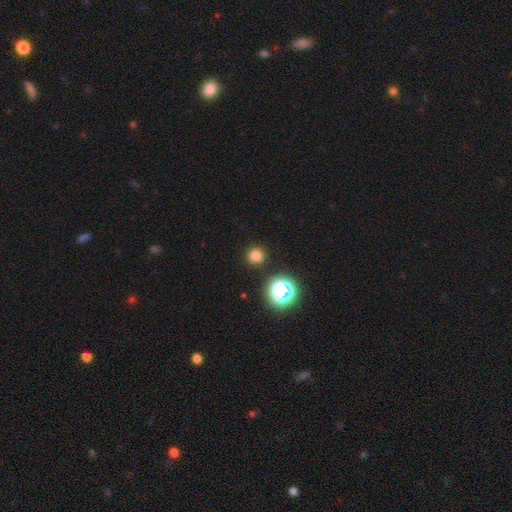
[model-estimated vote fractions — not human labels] Smooth or featured: smooth — 74% (star or artifact — 20%)
How rounded: round — 95% (in between — 4%)
Merging: none — 91% (minor disturbance — 5%)